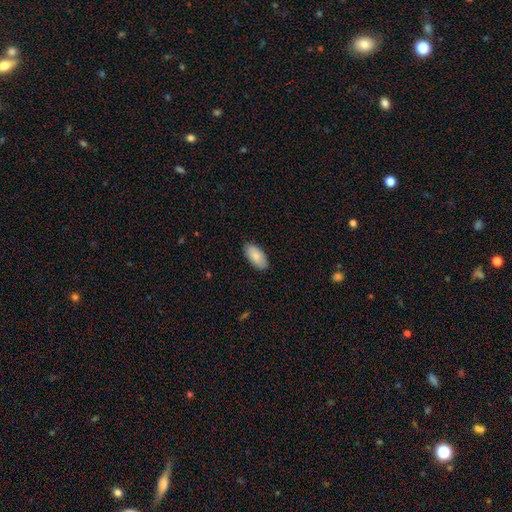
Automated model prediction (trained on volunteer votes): Smooth or featured? Predicted: smooth (p=0.85). How rounded? Predicted: in between (p=0.94). Merging? Predicted: none (p=0.87).